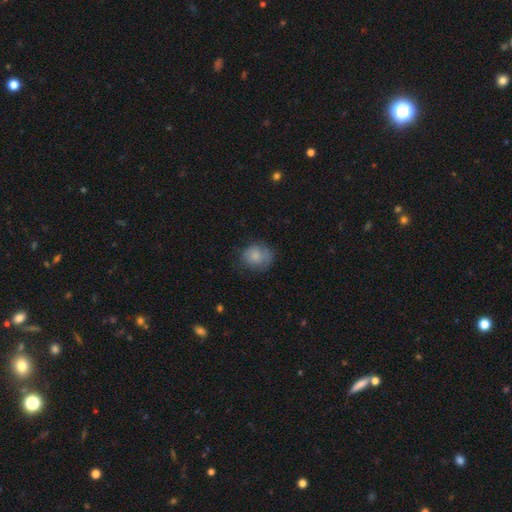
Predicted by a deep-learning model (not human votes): smooth-or-featured: smooth: 76% | featured or disk: 16% | star or artifact: 8%
  how-rounded: round: 65% | in between: 34% | cigar-shaped: 1%
  merging: none: 59% | minor disturbance: 27% | major disturbance: 12% | merger: 2%